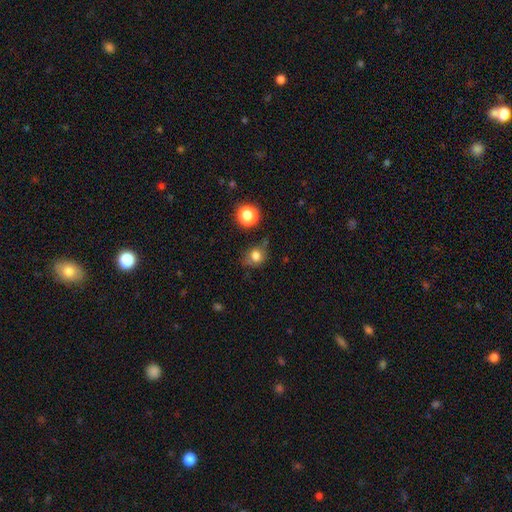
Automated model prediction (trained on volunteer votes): A smooth galaxy with no disk features (76%) that is round (65%).

Vote fractions:
- Smooth or featured? smooth: 76% / star or artifact: 14% / featured or disk: 11%
- How rounded? round: 65% / in between: 33% / cigar-shaped: 1%
- Merging? none: 60% / minor disturbance: 26% / major disturbance: 10% / merger: 5%